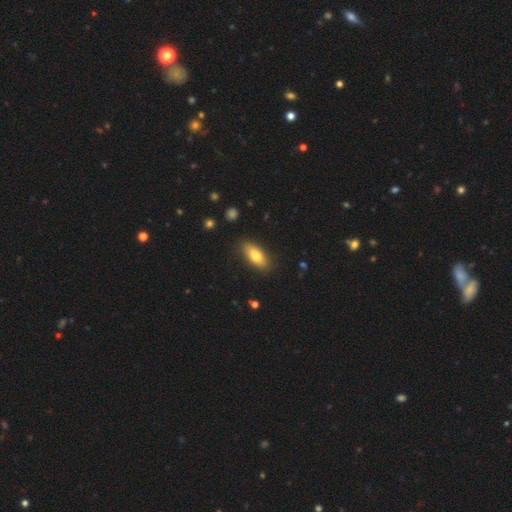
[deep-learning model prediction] Smooth or featured?
  - smooth: 77% *
  - featured or disk: 16%
  - star or artifact: 7%
How rounded?
  - in between: 80% *
  - cigar-shaped: 17%
  - round: 3%
Merging?
  - none: 83% *
  - minor disturbance: 12%
  - major disturbance: 3%
  - merger: 1%